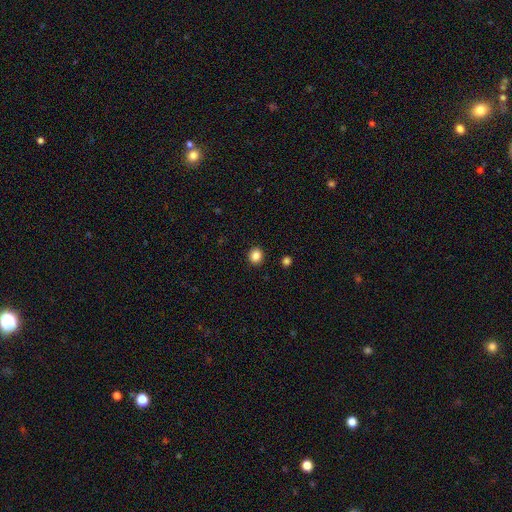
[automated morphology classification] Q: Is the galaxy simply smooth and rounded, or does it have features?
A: smooth — 86%.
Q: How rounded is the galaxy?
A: round — 79%.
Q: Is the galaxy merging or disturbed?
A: none — 91%.